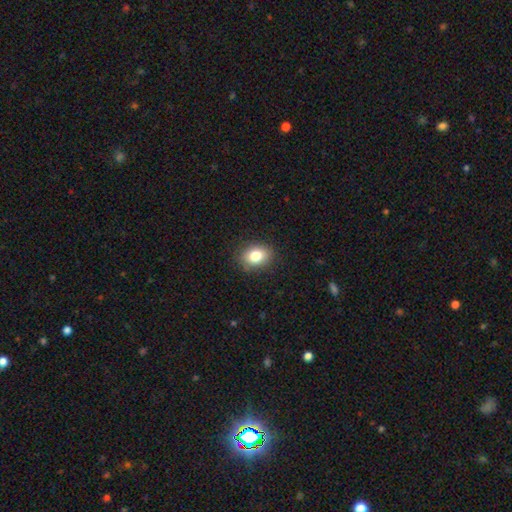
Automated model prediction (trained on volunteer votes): Overall: smooth (82%). How rounded: in between (62%; round 37%). Merging: none (87%).